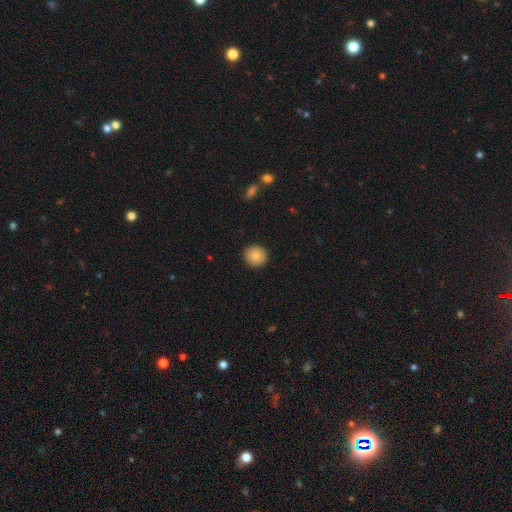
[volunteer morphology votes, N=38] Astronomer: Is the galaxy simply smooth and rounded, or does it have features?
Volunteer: smooth — 76%.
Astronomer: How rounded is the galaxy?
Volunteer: round — 100%.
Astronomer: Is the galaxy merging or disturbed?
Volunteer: none — 97%.